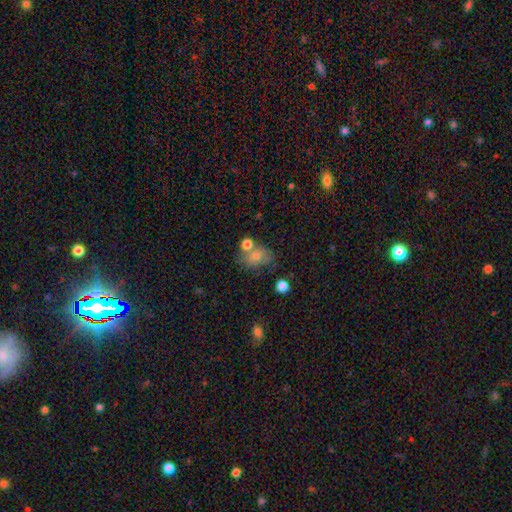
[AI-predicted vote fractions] This appears to be a smooth galaxy with no disk features (68%) that is in between round and cigar-shaped (67%). Merging: none (51%).